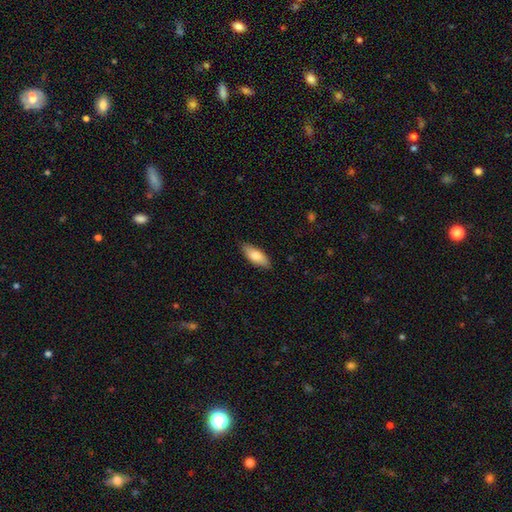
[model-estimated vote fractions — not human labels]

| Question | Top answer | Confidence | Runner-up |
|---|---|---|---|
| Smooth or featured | smooth | 78% | featured or disk (16%) |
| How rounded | in between | 73% | cigar-shaped (25%) |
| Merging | none | 85% | minor disturbance (11%) |